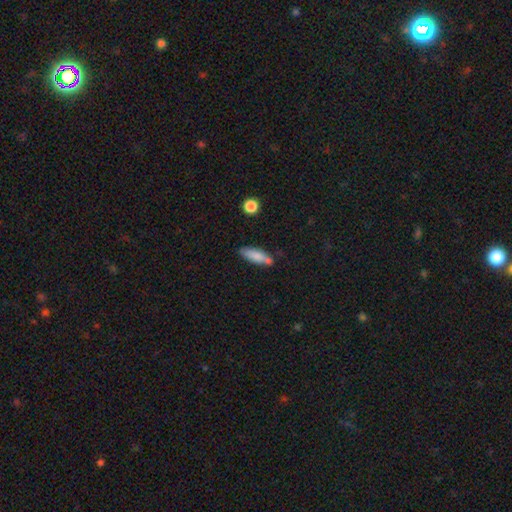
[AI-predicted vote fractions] This appears to be a smooth galaxy with no disk features (79%) that is cigar-shaped (52%). Merging: none (65%).